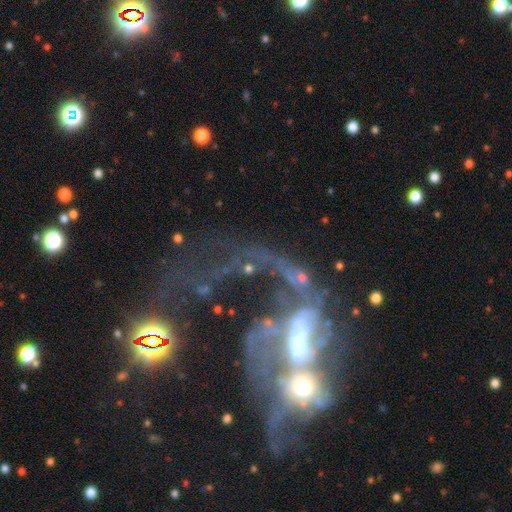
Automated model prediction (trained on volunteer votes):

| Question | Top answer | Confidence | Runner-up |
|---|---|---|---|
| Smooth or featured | featured or disk | 67% | star or artifact (17%) |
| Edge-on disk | no | 95% | yes (5%) |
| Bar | no | 52% | weak (28%) |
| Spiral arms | yes | 59% | no (41%) |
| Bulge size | moderate | 40% | small (28%) |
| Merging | merger | 62% | major disturbance (24%) |